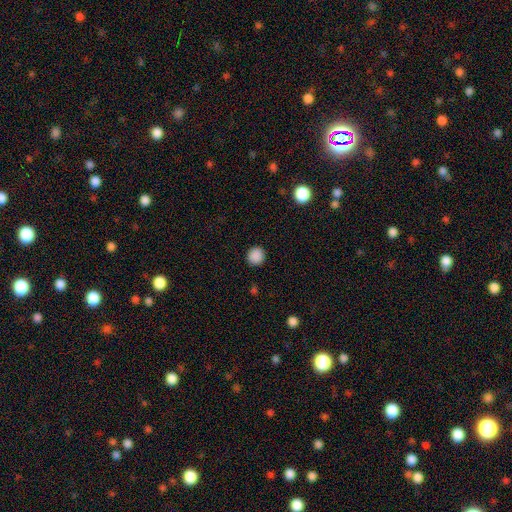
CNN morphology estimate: type=smooth (89%); roundness=round (93%); merging=none (92%).